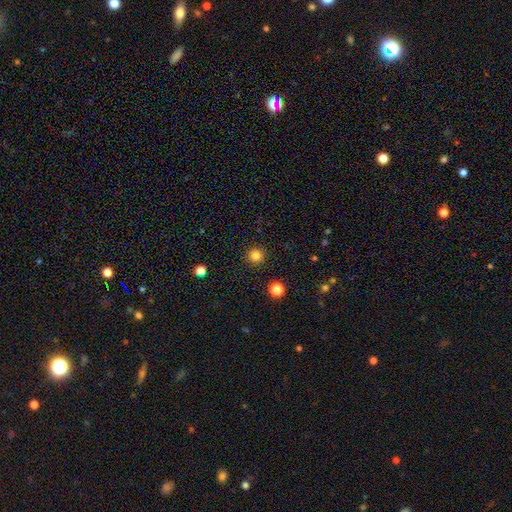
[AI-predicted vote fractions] smooth-or-featured: smooth: 82% | star or artifact: 13% | featured or disk: 4%
  how-rounded: round: 95% | in between: 4% | cigar-shaped: 1%
  merging: none: 92% | minor disturbance: 5% | major disturbance: 2% | merger: 1%